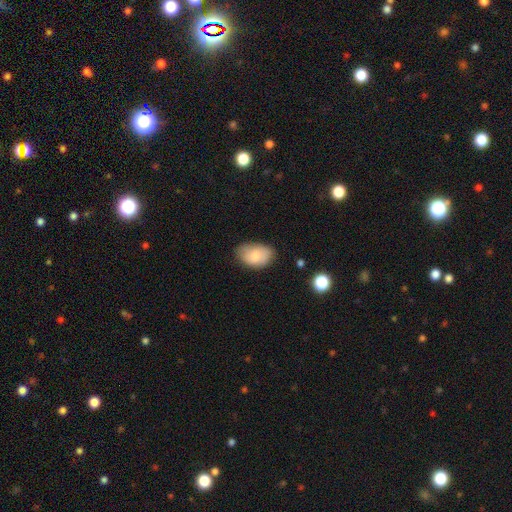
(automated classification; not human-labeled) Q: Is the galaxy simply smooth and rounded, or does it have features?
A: smooth — 78%.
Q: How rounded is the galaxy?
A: in between — 89%.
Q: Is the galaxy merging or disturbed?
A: none — 69%.